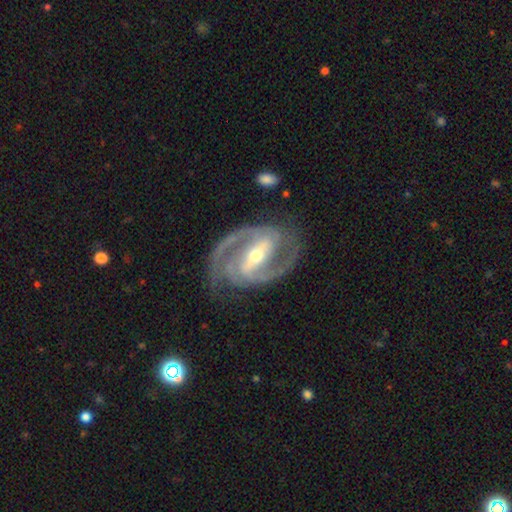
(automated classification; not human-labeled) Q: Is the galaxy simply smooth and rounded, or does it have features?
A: featured or disk — 93%.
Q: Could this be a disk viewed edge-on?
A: no — 97%.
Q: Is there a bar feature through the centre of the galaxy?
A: strong — 69%.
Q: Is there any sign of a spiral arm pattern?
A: yes — 98%.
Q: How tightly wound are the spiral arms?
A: medium — 54%.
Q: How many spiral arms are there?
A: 2 — 89%.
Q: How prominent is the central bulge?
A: moderate — 52%.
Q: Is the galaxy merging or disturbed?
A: none — 77%.